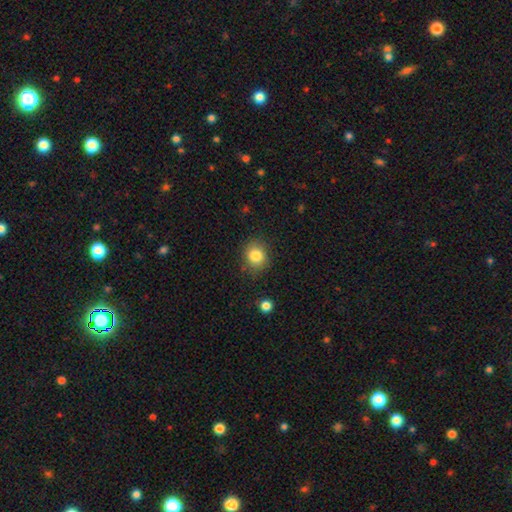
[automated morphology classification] The model was most divided on "how rounded": round: 75%, in between: 24%, cigar-shaped: 1%. More confident: merging — none (83%); smooth or featured — smooth (83%).